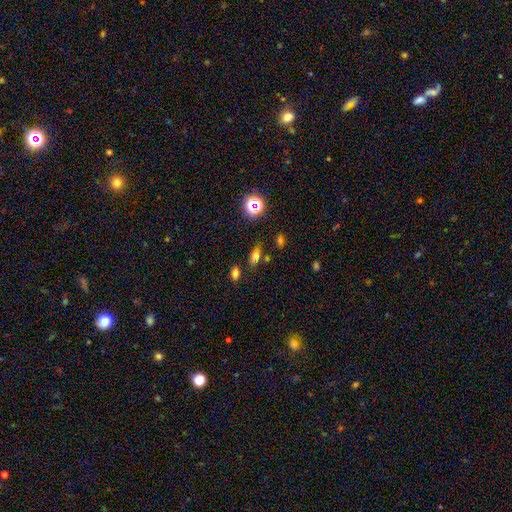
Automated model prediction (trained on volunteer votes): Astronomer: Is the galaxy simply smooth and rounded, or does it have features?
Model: smooth — 63%.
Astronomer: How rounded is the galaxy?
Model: in between — 74%.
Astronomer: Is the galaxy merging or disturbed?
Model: none — 72%.